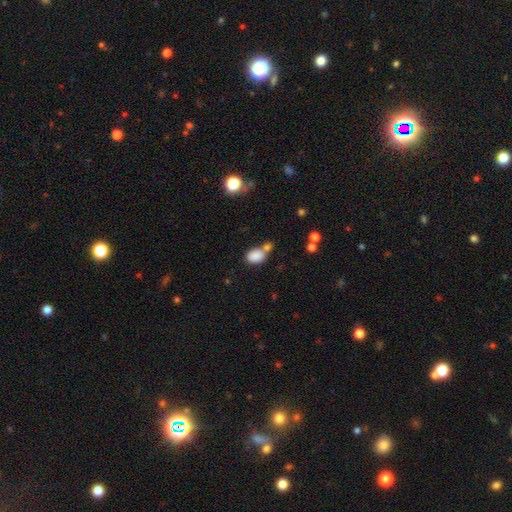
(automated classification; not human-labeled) Overall: smooth (85%). How rounded: in between (74%). Merging: none (45%; merger 34%).